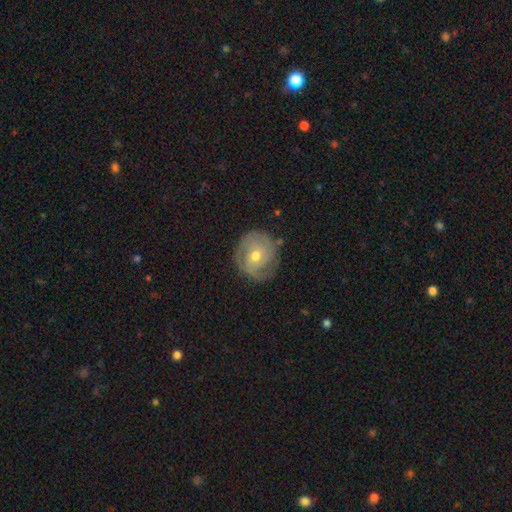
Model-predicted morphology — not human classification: Smooth or featured? featured or disk (71%)
Edge-on disk? no (97%)
Bar? no (69%)
Spiral arms? yes (87%)
Spiral winding? tight (56%)
Spiral arm count? 2 (39%)
Bulge size? moderate (69%)
Merging? none (72%)